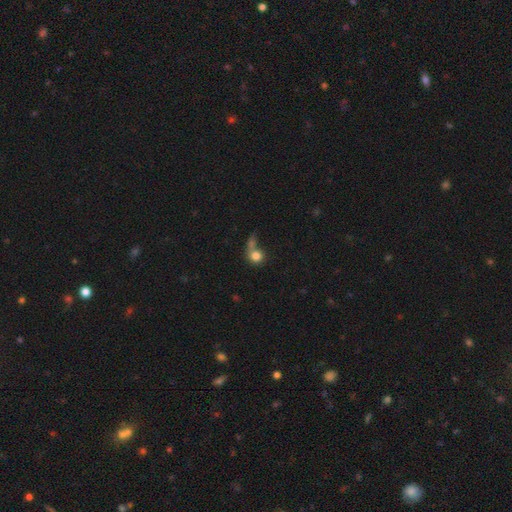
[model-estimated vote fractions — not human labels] smooth_or_featured: smooth (p=0.78) [alt: featured or disk p=0.12]
how_rounded: round (p=0.81) [alt: in between p=0.18]
merging: merger (p=0.41) [alt: none p=0.33]